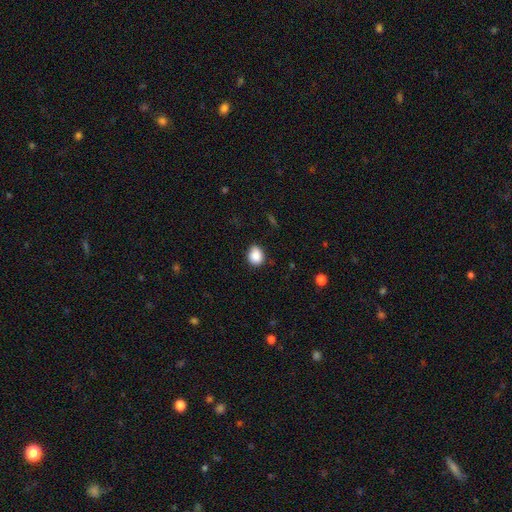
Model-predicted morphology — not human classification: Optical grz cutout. It shows a smooth galaxy with no disk features (88%) that is round (58%). Merging: none (83%).